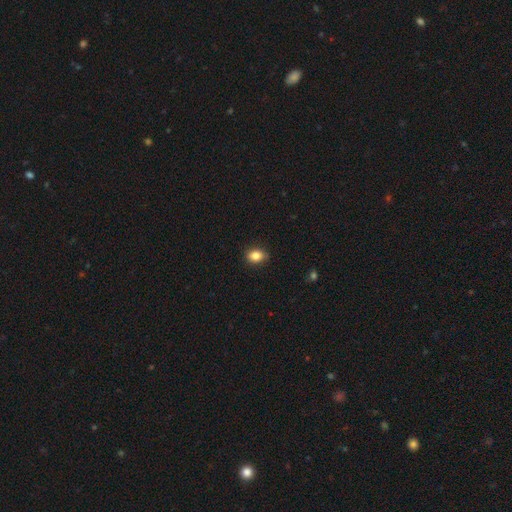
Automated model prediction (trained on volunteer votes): Overall: smooth (85%). How rounded: in between (70%). Merging: none (86%).